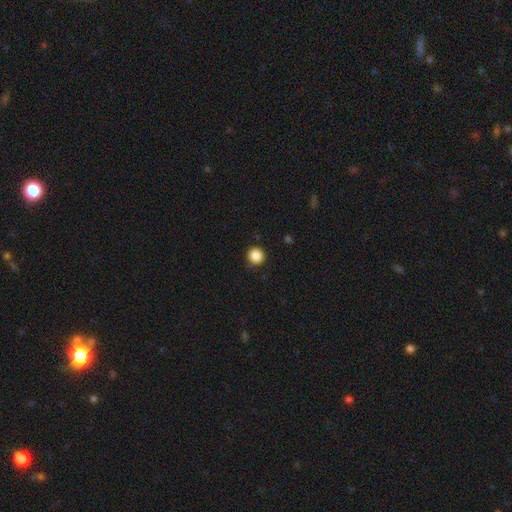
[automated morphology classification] A smooth galaxy with no disk features (86%) that is round (95%). Merging: none (89%).